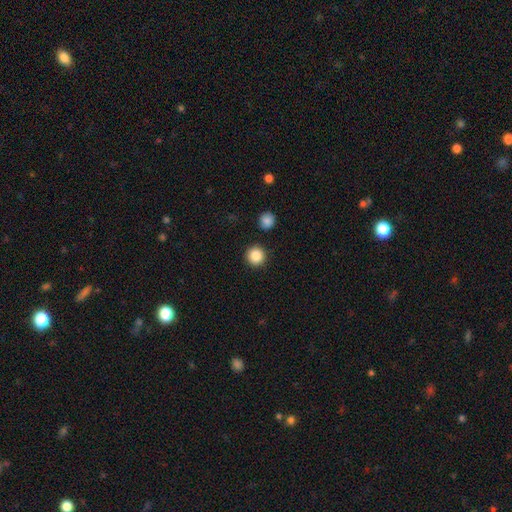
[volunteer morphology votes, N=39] Smooth or featured? smooth (90%)
How rounded? round (94%)
Merging? none (86%)